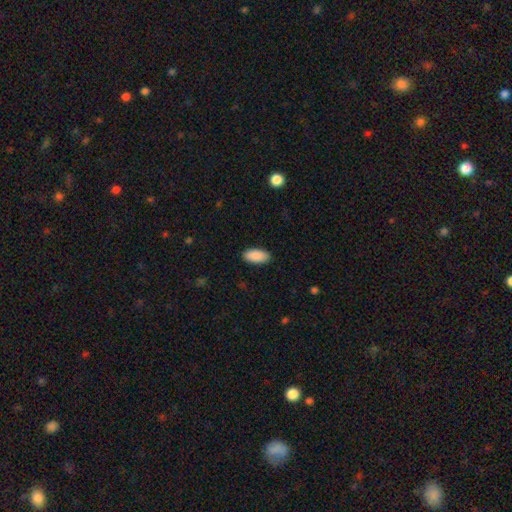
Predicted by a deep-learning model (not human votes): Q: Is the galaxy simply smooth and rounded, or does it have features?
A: smooth — 90%.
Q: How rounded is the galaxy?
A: in between — 92%.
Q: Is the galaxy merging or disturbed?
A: none — 89%.